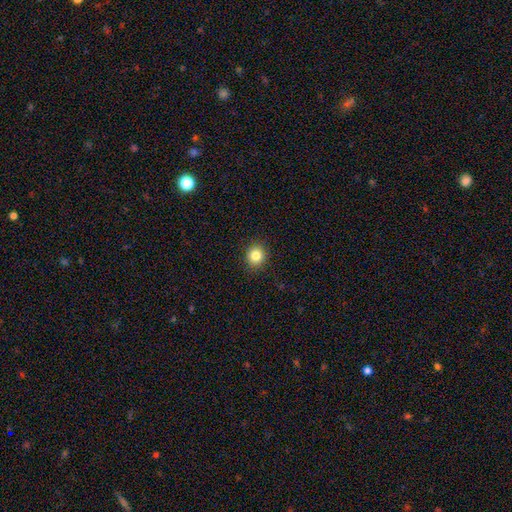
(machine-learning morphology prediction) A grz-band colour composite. It shows a smooth galaxy with no disk features (83%) that is round (83%). Merging: none (91%).